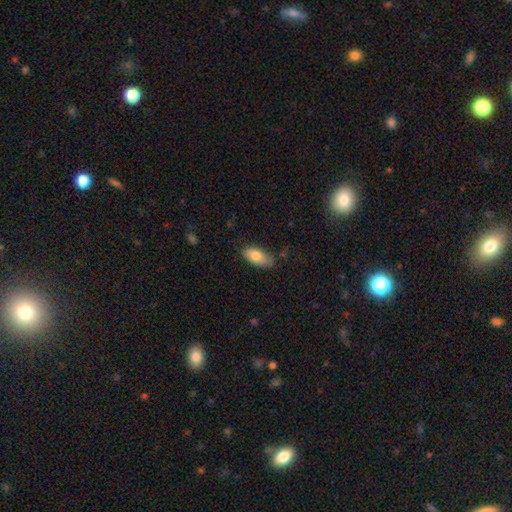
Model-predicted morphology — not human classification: type=smooth (79%); roundness=in between (89%); merging=none (69%).